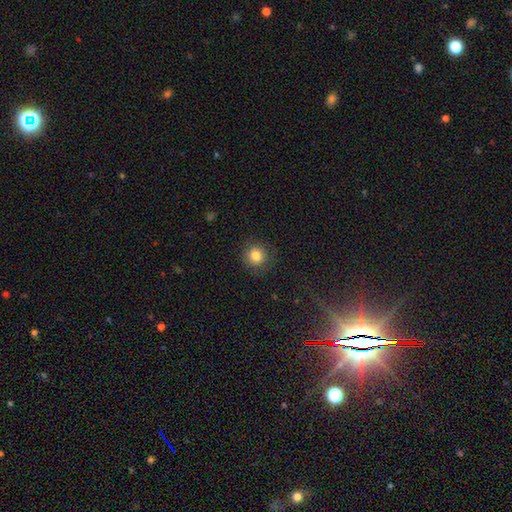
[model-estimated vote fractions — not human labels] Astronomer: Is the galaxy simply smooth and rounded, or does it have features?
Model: smooth — 84%.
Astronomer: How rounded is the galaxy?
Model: round — 90%.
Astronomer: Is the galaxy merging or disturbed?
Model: none — 86%.